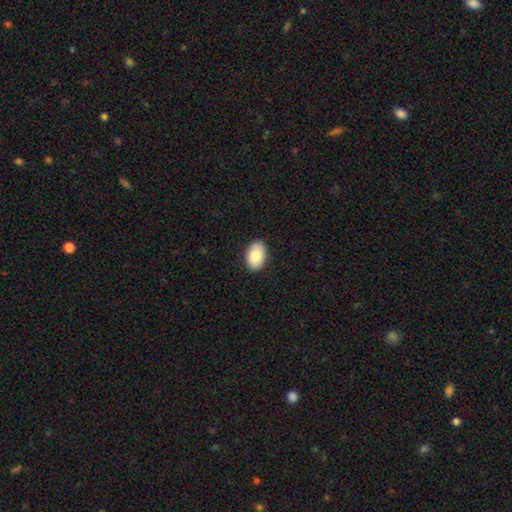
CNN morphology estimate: This appears to be a smooth galaxy with no disk features (84%) that is in between round and cigar-shaped (91%). Merging: none (90%).